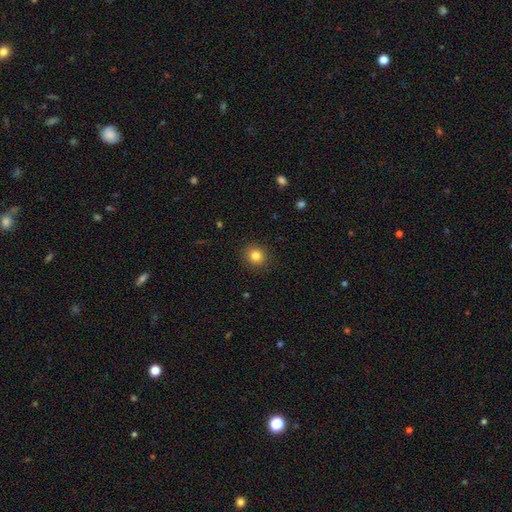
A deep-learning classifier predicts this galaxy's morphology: type=smooth (82%); roundness=round (86%); merging=none (91%).